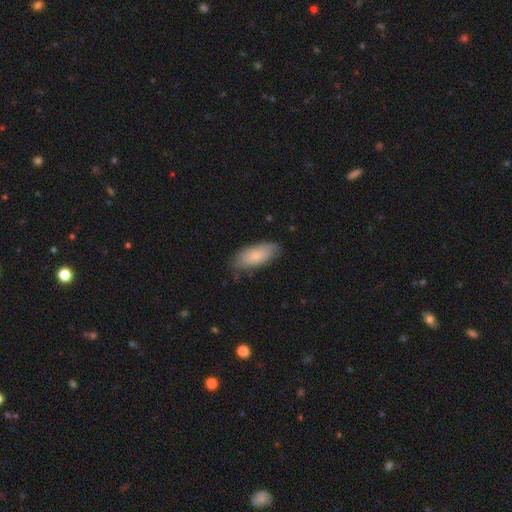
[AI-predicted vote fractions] Smooth or featured: smooth — 75% (featured or disk — 19%)
How rounded: in between — 86% (cigar-shaped — 12%)
Merging: none — 71% (minor disturbance — 23%)